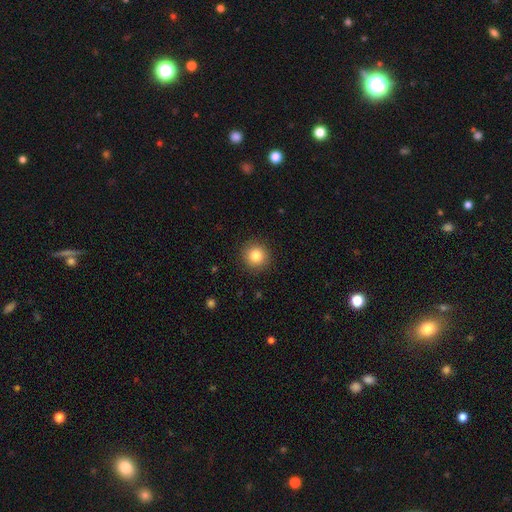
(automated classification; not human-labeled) Smooth or featured? smooth (83%)
How rounded? round (94%)
Merging? none (91%)